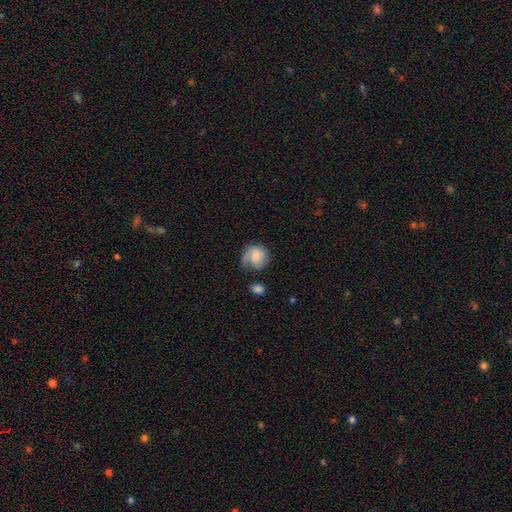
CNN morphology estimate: Smooth or featured?
  - smooth: 59% *
  - featured or disk: 34%
  - star or artifact: 8%
How rounded?
  - round: 72% *
  - in between: 27%
  - cigar-shaped: 1%
Merging?
  - none: 45% *
  - minor disturbance: 29%
  - major disturbance: 21%
  - merger: 5%